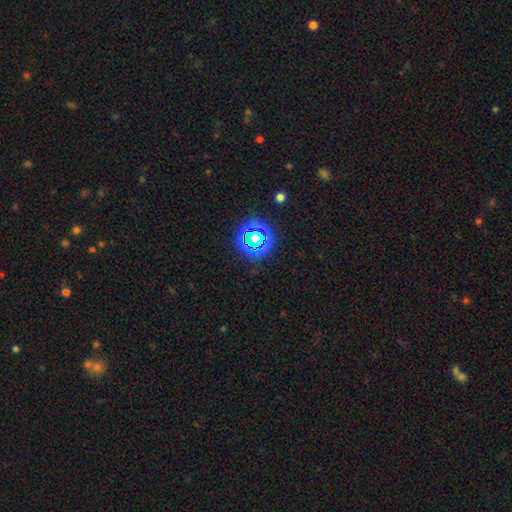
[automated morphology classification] This is likely a star or artifact rather than a galaxy (62%).